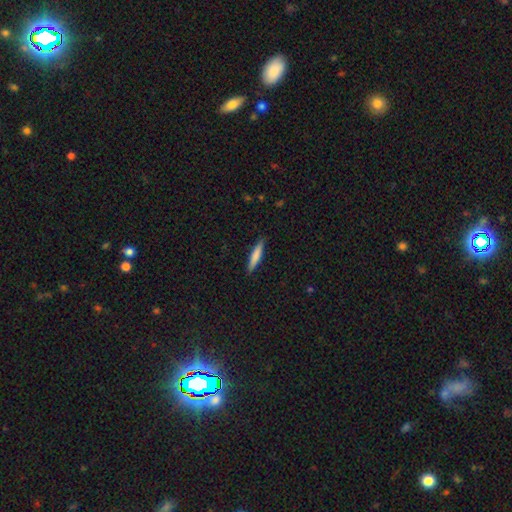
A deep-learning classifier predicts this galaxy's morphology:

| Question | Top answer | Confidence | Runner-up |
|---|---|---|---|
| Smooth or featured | smooth | 75% | featured or disk (20%) |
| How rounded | cigar-shaped | 89% | in between (10%) |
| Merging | none | 89% | minor disturbance (8%) |